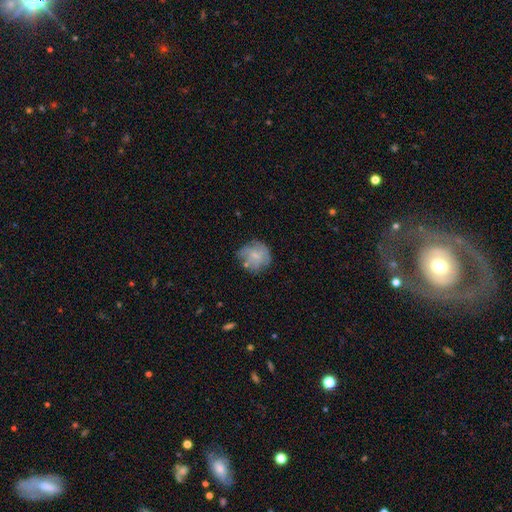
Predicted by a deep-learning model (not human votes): Smooth or featured?
  - smooth: 50% *
  - featured or disk: 40%
  - star or artifact: 9%
How rounded?
  - round: 84% *
  - in between: 15%
  - cigar-shaped: 1%
Merging?
  - none: 61% *
  - minor disturbance: 24%
  - major disturbance: 11%
  - merger: 5%